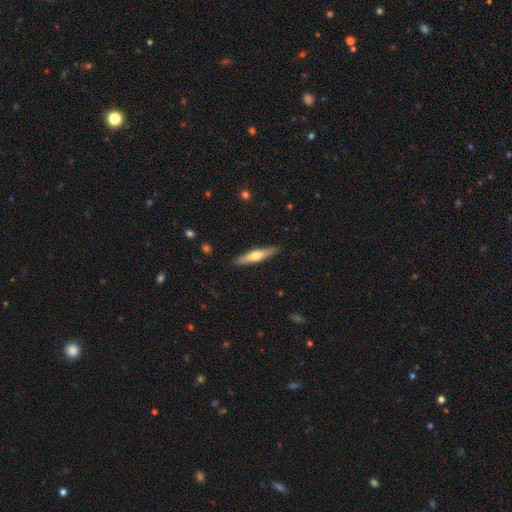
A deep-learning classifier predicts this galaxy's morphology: A smooth galaxy with no disk features (53%) that is cigar-shaped (85%).

Vote fractions:
- Smooth or featured? smooth: 53% / featured or disk: 42% / star or artifact: 5%
- How rounded? cigar-shaped: 85% / in between: 13% / round: 2%
- Merging? none: 89% / minor disturbance: 8% / major disturbance: 2% / merger: 1%